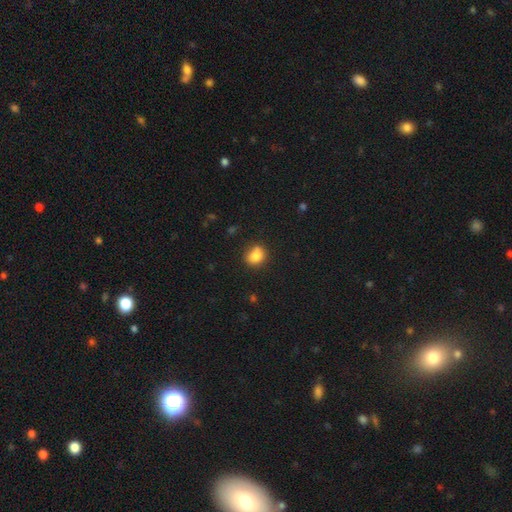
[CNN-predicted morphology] A smooth galaxy with no disk features (83%) that is round (59%). Merging: none (68%).